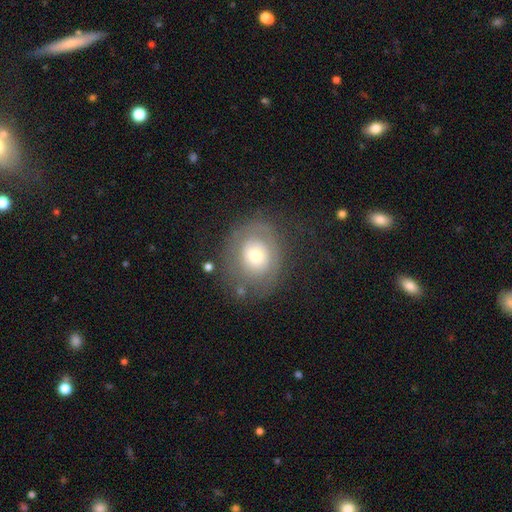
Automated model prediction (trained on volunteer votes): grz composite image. It shows a smooth galaxy with no disk features (45%, tied with featured or disk). Merging: none (65%).